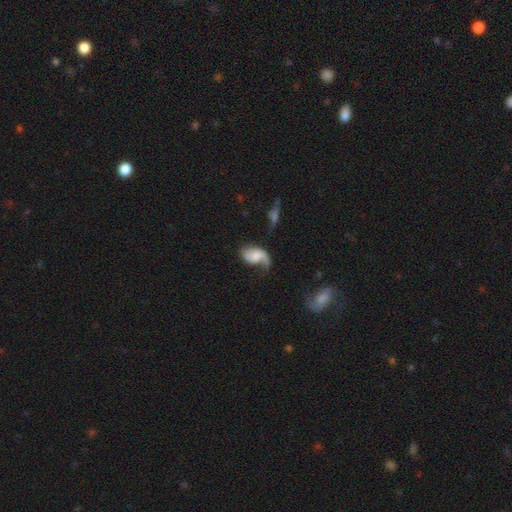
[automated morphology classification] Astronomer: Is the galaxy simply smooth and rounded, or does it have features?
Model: featured or disk — 60%.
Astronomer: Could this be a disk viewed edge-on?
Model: no — 97%.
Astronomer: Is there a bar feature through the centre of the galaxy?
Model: no — 61%.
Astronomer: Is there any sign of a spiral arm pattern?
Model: yes — 89%.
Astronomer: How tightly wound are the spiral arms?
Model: loose — 61%.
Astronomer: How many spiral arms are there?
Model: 2 — 53% (runner-up: 1, 40%).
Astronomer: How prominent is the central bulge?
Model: moderate — 31% (runner-up: small, 28%).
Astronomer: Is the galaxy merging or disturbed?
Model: none — 37% (runner-up: major disturbance, 31%).